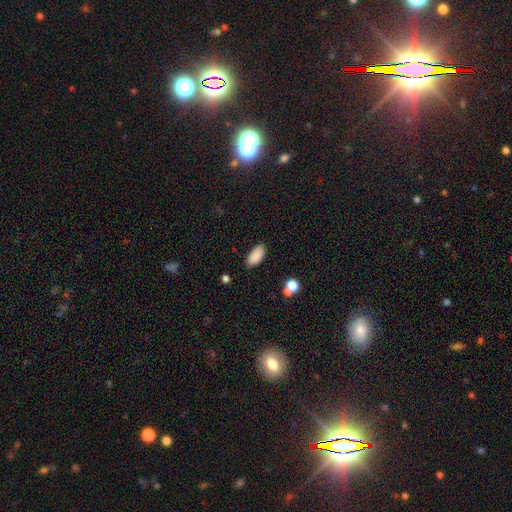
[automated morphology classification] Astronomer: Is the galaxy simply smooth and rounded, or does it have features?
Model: smooth — 88%.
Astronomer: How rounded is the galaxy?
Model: in between — 92%.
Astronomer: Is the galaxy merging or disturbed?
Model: none — 85%.